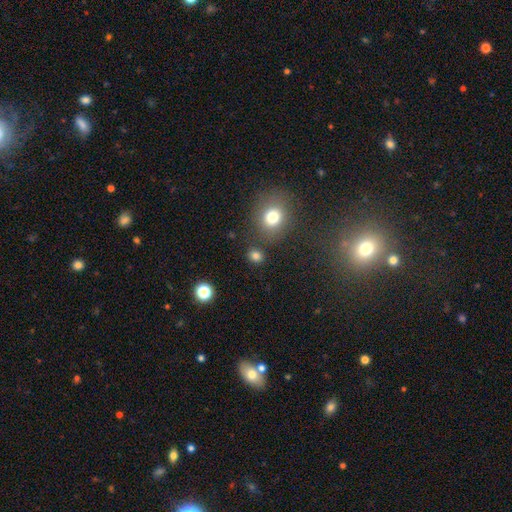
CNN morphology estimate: Smooth or featured? smooth (80%)
How rounded? round (70%)
Merging? none (80%)